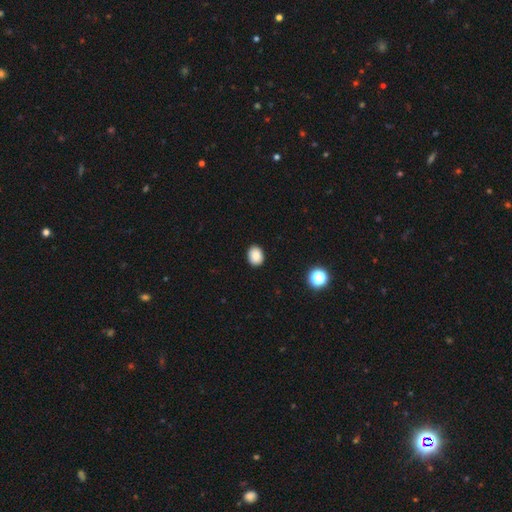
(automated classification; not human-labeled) Overall: smooth (86%). How rounded: in between (58%; round 41%). Merging: none (90%).